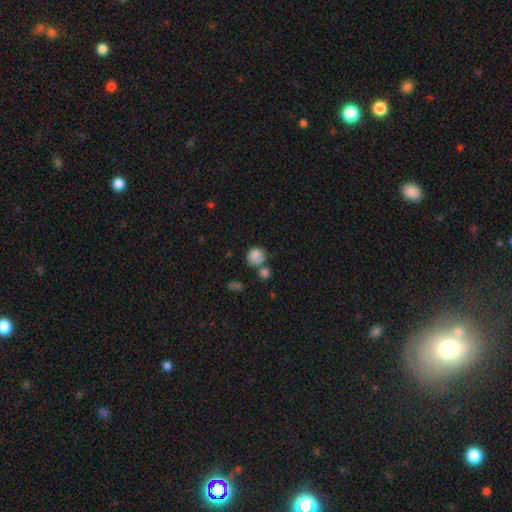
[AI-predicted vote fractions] smooth_or_featured: smooth (p=0.81) [alt: featured or disk p=0.10]
how_rounded: round (p=0.76) [alt: in between p=0.23]
merging: none (p=0.43) [alt: merger p=0.30]